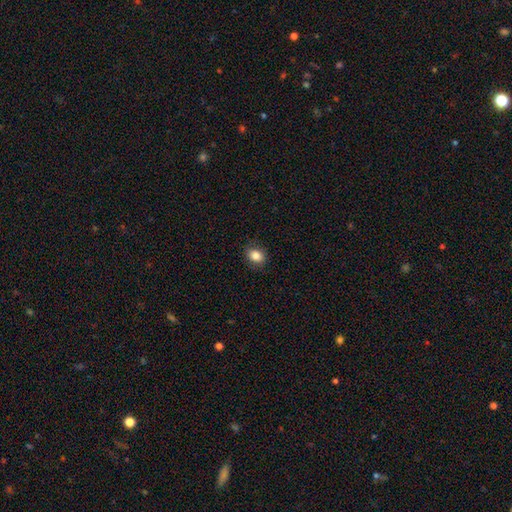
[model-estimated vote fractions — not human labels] A smooth galaxy with no disk features (85%) that is in between round and cigar-shaped (57%). Merging: none (86%).